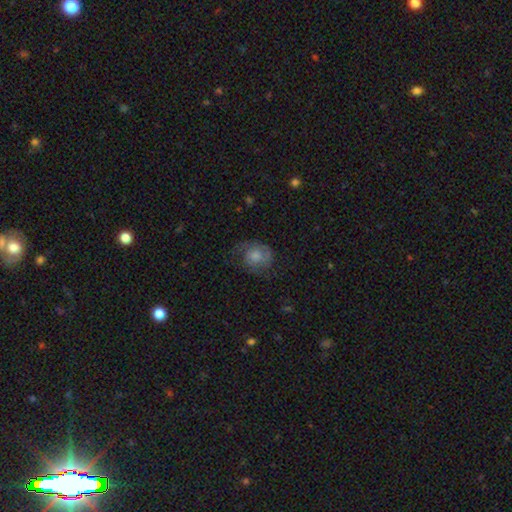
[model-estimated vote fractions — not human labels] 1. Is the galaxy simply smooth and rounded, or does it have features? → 57% featured or disk, 32% smooth, 11% star or artifact.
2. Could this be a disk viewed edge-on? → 97% no, 3% yes.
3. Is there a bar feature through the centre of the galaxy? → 75% no, 22% weak, 3% strong.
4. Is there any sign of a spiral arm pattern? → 88% yes, 12% no.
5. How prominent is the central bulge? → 48% moderate, 27% small, 15% large, 8% none, 2% dominant.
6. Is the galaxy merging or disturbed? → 63% none, 21% minor disturbance, 15% major disturbance, 1% merger.